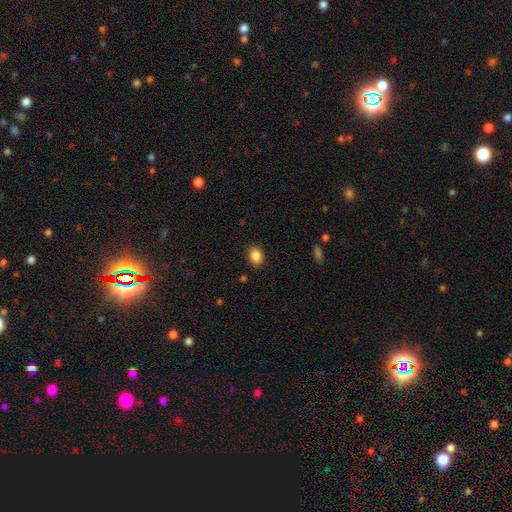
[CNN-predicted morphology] smooth 87%, star or artifact 9%, featured or disk 5%. Down the decision tree: how rounded — in between (74%); merging — none (87%).